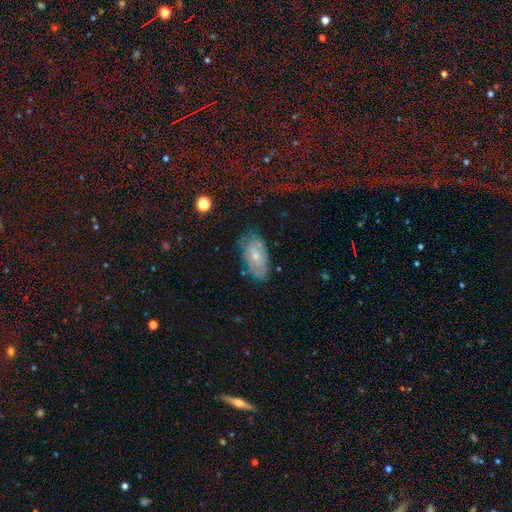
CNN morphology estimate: A featured or disk galaxy (52%). Merging: none (62%).